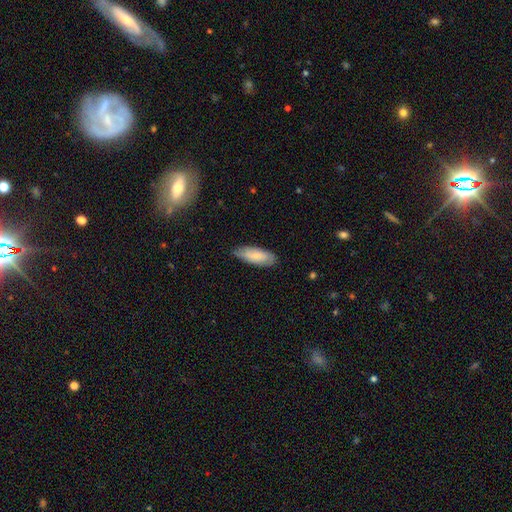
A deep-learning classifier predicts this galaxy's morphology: Q: Smooth or featured?
A: smooth (78%); runner-up: featured or disk (17%)
Q: How rounded?
A: in between (73%); runner-up: cigar-shaped (25%)
Q: Merging?
A: none (79%); runner-up: minor disturbance (17%)